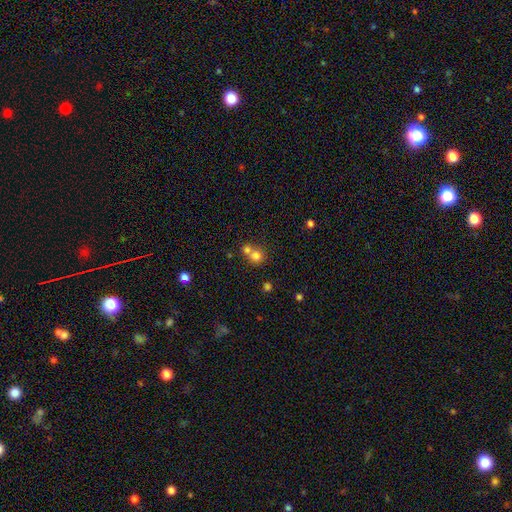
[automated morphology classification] smooth_or_featured: smooth (p=0.75) [alt: star or artifact p=0.13]
how_rounded: round (p=0.82) [alt: in between p=0.17]
merging: merger (p=0.55) [alt: none p=0.37]